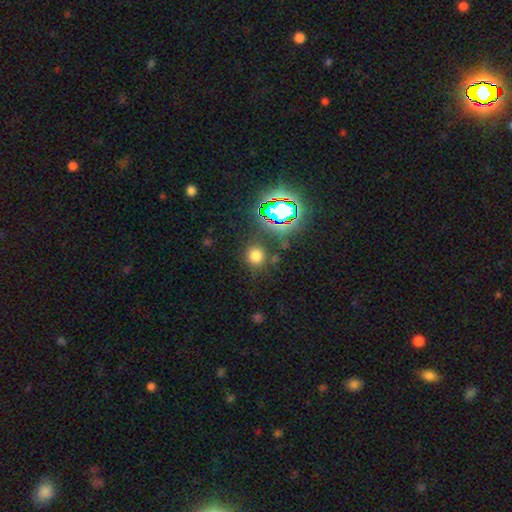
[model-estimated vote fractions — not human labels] A smooth galaxy with no disk features (69%) that is round (88%).

Vote fractions:
- Smooth or featured? smooth: 69% / star or artifact: 25% / featured or disk: 7%
- How rounded? round: 88% / in between: 11% / cigar-shaped: 1%
- Merging? none: 83% / minor disturbance: 9% / merger: 5% / major disturbance: 4%